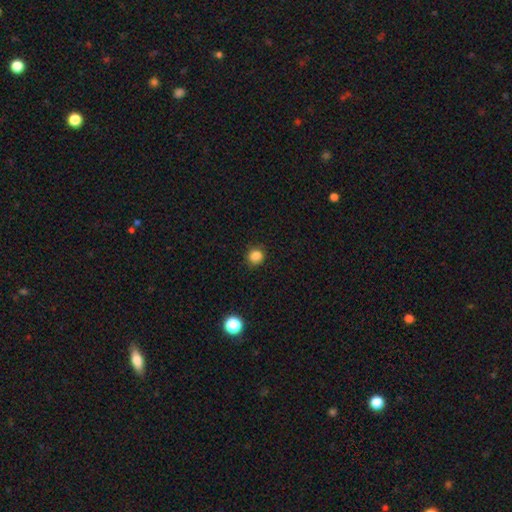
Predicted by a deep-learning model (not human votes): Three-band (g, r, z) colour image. It shows a smooth galaxy with no disk features (85%) that is round (86%). Merging: none (87%).